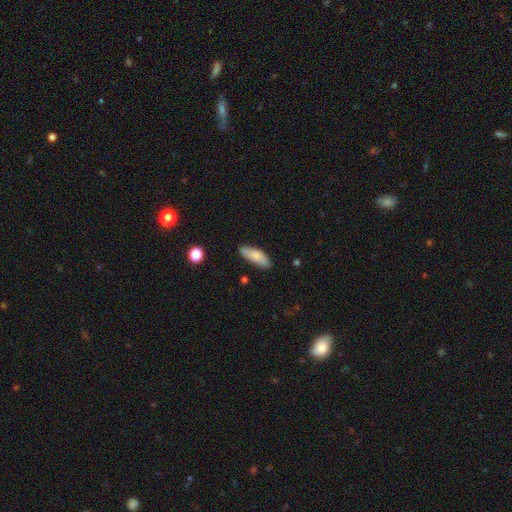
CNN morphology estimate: A smooth galaxy with no disk features (78%) that is in between round and cigar-shaped (66%). Merging: none (80%).